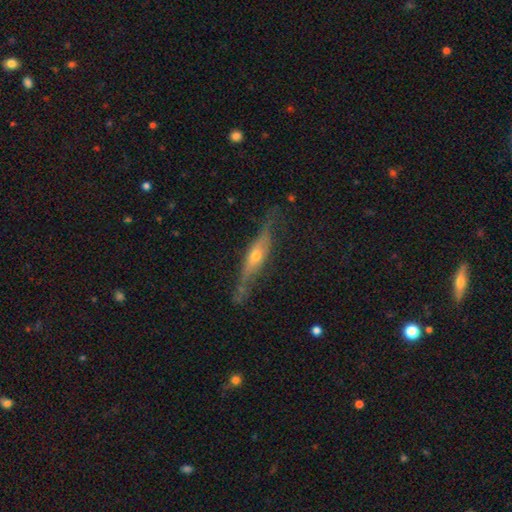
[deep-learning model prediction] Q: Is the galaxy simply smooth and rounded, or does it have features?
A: featured or disk — 67%.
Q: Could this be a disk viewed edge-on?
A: yes — 86%.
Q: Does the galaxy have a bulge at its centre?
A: rounded — 85%.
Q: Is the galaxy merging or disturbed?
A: none — 69%.